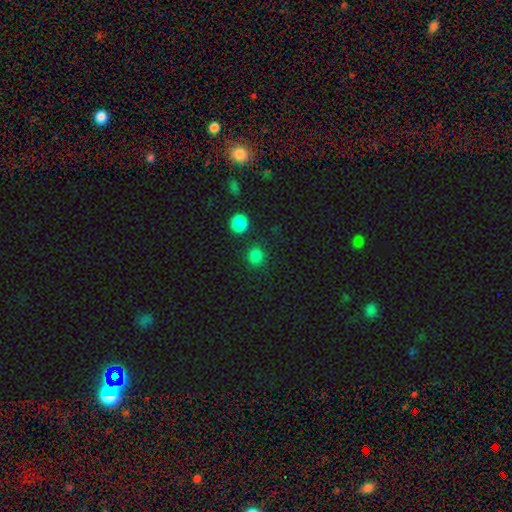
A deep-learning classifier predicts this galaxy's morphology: Smooth or featured?
  - smooth: 83% *
  - star or artifact: 14%
  - featured or disk: 3%
How rounded?
  - round: 82% *
  - in between: 17%
  - cigar-shaped: 1%
Merging?
  - none: 84% *
  - minor disturbance: 8%
  - merger: 4%
  - major disturbance: 3%